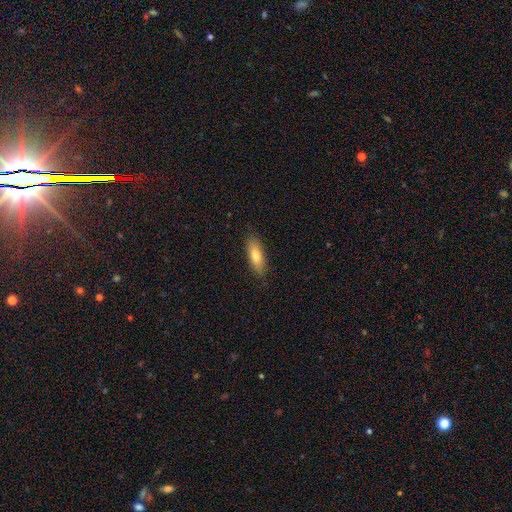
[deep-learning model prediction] Smooth or featured? smooth (76%)
How rounded? in between (63%)
Merging? none (85%)